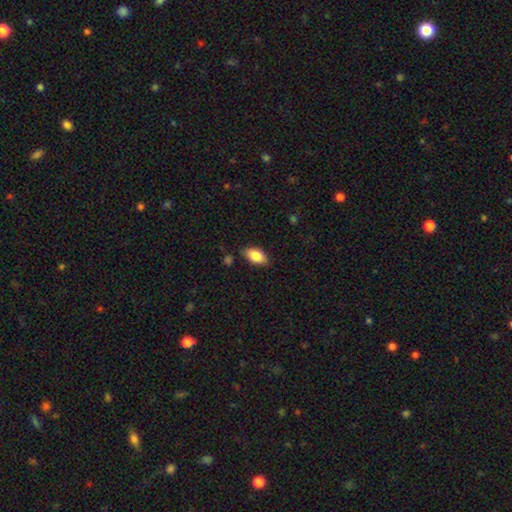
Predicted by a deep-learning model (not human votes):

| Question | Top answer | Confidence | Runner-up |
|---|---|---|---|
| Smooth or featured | smooth | 85% | featured or disk (8%) |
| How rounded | in between | 92% | round (5%) |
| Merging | none | 79% | minor disturbance (16%) |